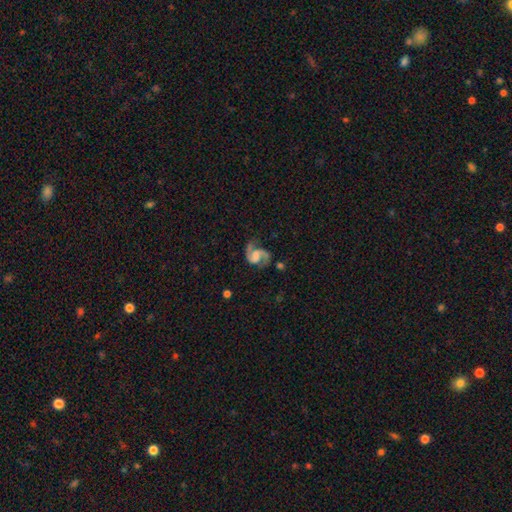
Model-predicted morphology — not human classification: Smooth or featured: featured or disk — 89% (smooth — 6%)
Edge-on disk: no — 98% (yes — 2%)
Bar: weak — 47% (no — 37%)
Spiral arms: yes — 97% (no — 3%)
Spiral winding: medium — 56% (loose — 31%)
Spiral arm count: 2 — 93% (1 — 3%)
Bulge size: none — 36% (moderate — 27%)
Merging: none — 70% (minor disturbance — 17%)